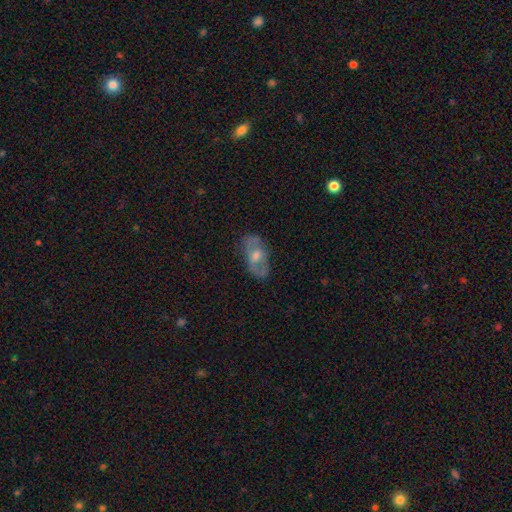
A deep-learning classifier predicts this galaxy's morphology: Smooth or featured?
  - featured or disk: 57% *
  - smooth: 36%
  - star or artifact: 7%
Edge-on disk?
  - no: 87% *
  - yes: 13%
Merging?
  - none: 75% *
  - minor disturbance: 18%
  - major disturbance: 6%
  - merger: 1%